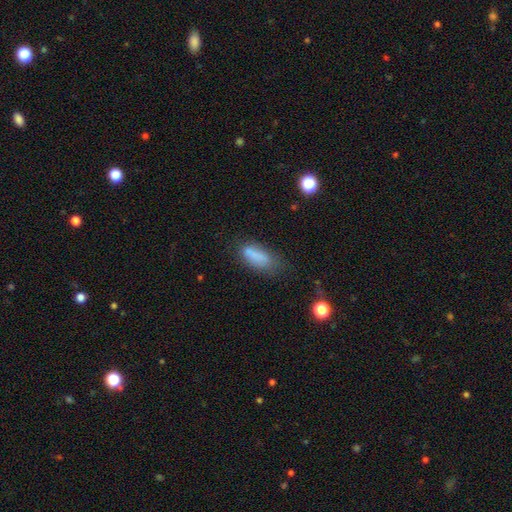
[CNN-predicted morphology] Smooth or featured? Predicted: smooth (p=0.78). How rounded? Predicted: in between (p=0.67). Merging? Predicted: none (p=0.54).